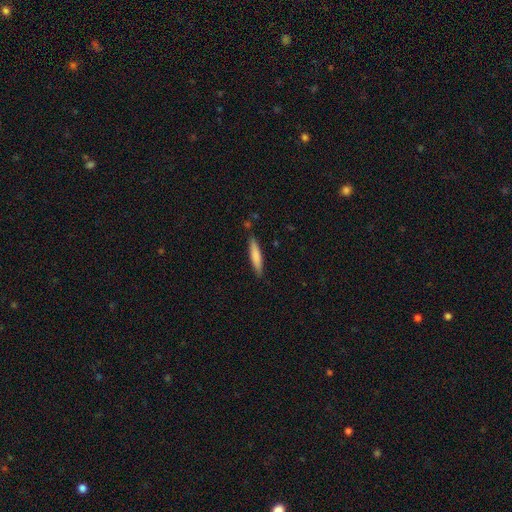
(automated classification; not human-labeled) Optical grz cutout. It shows a smooth galaxy with no disk features (76%) that is cigar-shaped (86%). Merging: none (85%).